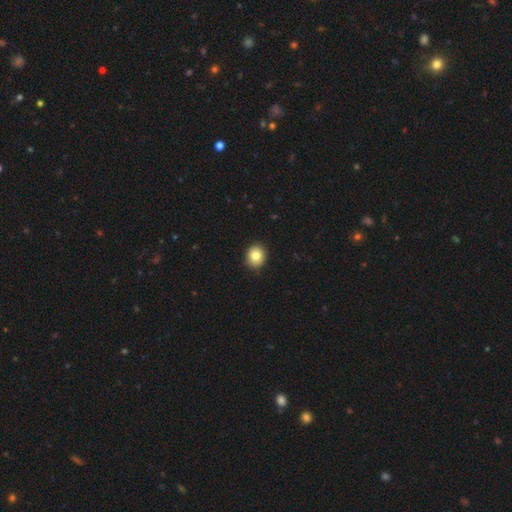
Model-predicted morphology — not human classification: This is clearly a smooth galaxy (81%). How rounded: likely round (76%). Merging: clearly none (90%).